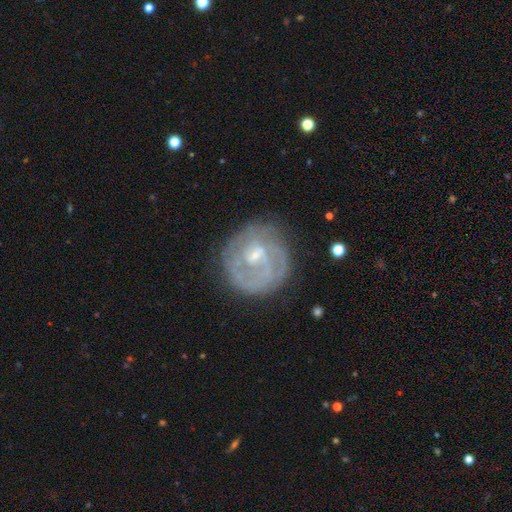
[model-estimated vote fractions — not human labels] Smooth or featured: featured or disk — 68% (smooth — 24%)
Edge-on disk: no — 98% (yes — 2%)
Bar: weak — 46% (no — 44%)
Spiral arms: yes — 64% (no — 36%)
Bulge size: small — 56% (moderate — 31%)
Merging: none — 68% (minor disturbance — 18%)